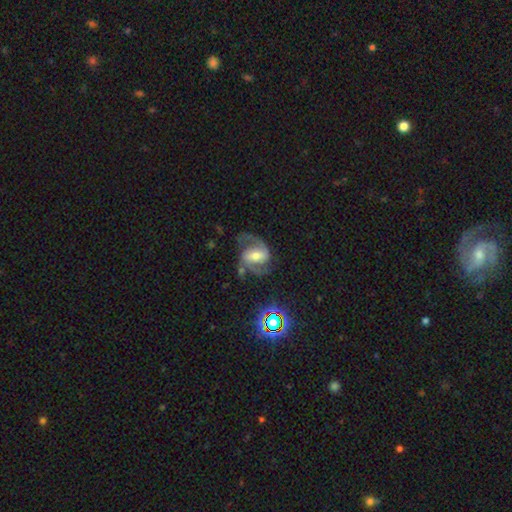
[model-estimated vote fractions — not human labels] Smooth or featured? Predicted: featured or disk (p=0.85). Edge-on disk? Predicted: no (p=0.98). Bar? Predicted: weak (p=0.40). Spiral arms? Predicted: yes (p=0.97). Spiral winding? Predicted: medium (p=0.59). Spiral arm count? Predicted: 2 (p=0.91). Bulge size? Predicted: moderate (p=0.55). Merging? Predicted: none (p=0.68).